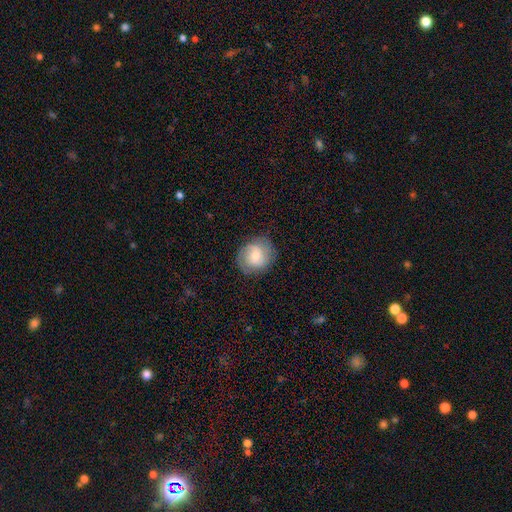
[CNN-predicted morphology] Q: Smooth or featured?
A: smooth (48%); runner-up: featured or disk (44%)
Q: Merging?
A: none (78%); runner-up: minor disturbance (15%)